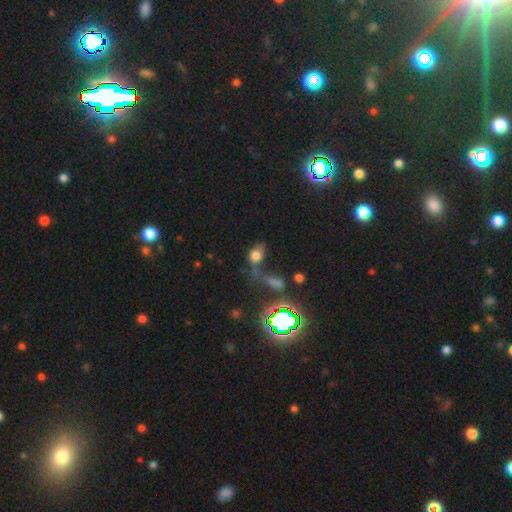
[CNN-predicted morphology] smooth_or_featured: smooth (p=0.67) [alt: star or artifact p=0.21]
how_rounded: in between (p=0.59) [alt: round p=0.38]
merging: none (p=0.35) [alt: merger p=0.28]